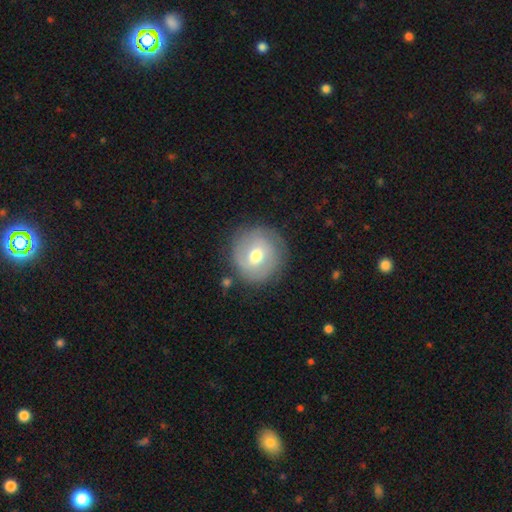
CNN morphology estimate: Q: Smooth or featured?
A: smooth (49%); runner-up: featured or disk (43%)
Q: Merging?
A: none (78%); runner-up: minor disturbance (15%)